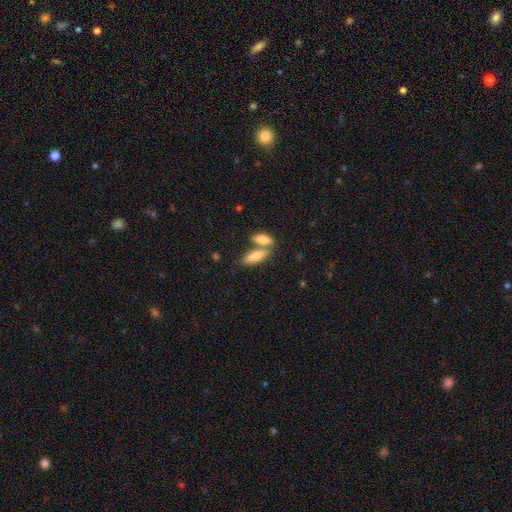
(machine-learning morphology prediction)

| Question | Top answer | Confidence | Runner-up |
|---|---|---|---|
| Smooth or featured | smooth | 81% | featured or disk (14%) |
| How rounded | in between | 68% | cigar-shaped (29%) |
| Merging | merger | 45% | none (43%) |